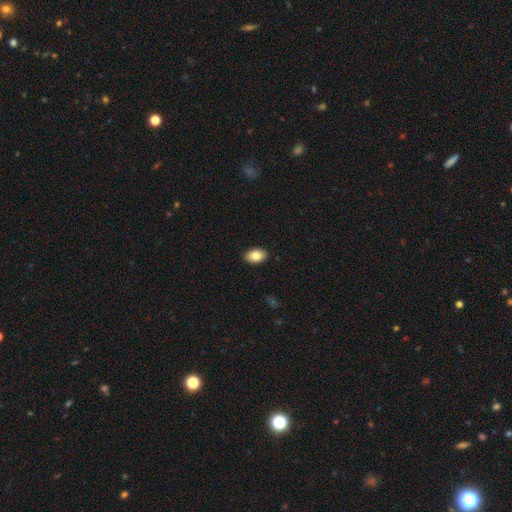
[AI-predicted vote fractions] Overall: smooth (83%). How rounded: in between (89%). Merging: none (90%).